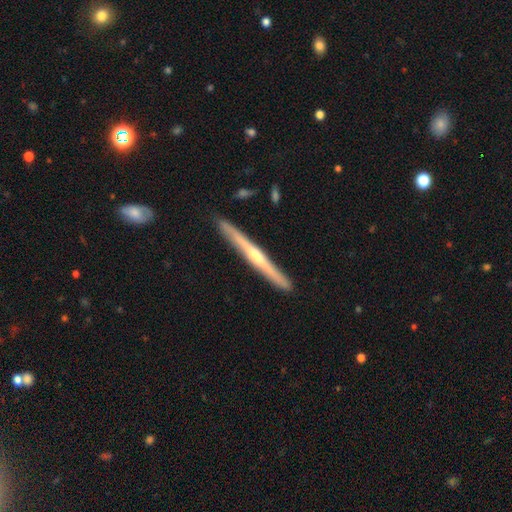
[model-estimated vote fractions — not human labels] Smooth or featured? featured or disk (68%)
Edge-on disk? yes (97%)
Edge-on bulge? rounded (65%)
Merging? none (89%)